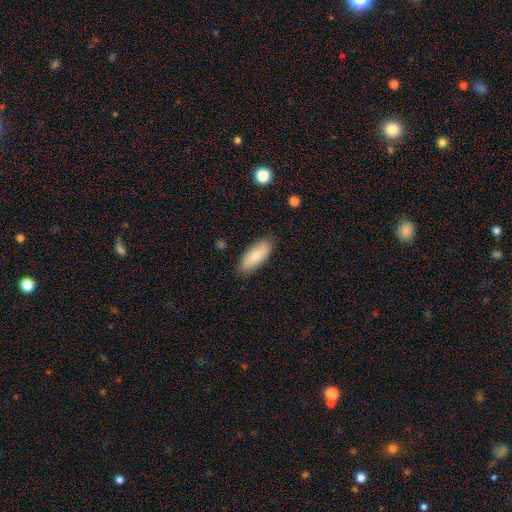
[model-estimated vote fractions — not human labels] Morphology: type=smooth (77%); roundness=in between (79%); merging=none (85%).